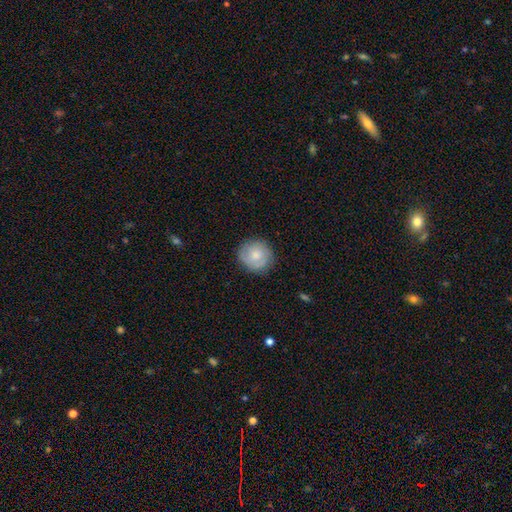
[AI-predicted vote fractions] Smooth or featured: smooth — 73% (featured or disk — 20%)
How rounded: round — 90% (in between — 9%)
Merging: none — 84% (minor disturbance — 12%)